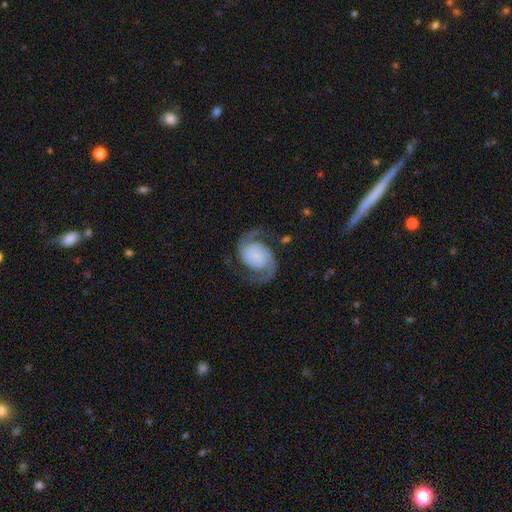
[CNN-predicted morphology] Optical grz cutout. It shows a featured or disk galaxy (88%) with no bar (58%), 2 (94%) medium (52%) spiral arms (98%) and a small central bulge (39%, tied with none). Merging: none (76%).